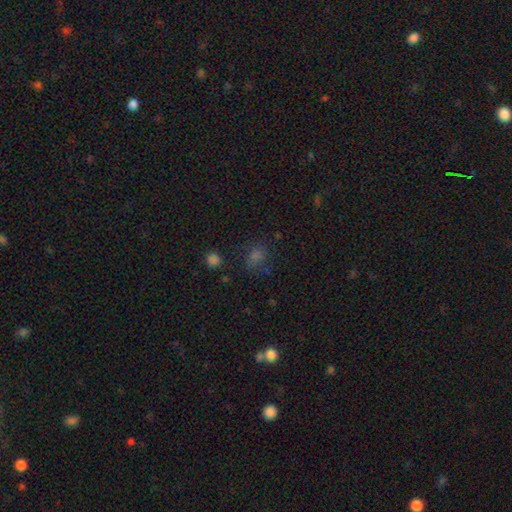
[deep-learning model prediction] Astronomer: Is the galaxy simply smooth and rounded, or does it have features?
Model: smooth — 57% (runner-up: star or artifact, 32%).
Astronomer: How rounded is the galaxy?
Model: round — 56% (runner-up: in between, 43%).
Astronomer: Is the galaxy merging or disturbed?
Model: none — 69%.